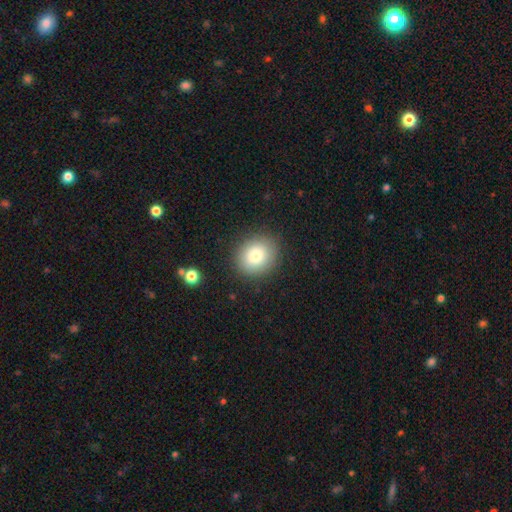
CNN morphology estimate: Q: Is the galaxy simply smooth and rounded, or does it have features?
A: smooth — 80%.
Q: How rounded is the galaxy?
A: round — 69%.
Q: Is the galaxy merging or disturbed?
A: none — 88%.